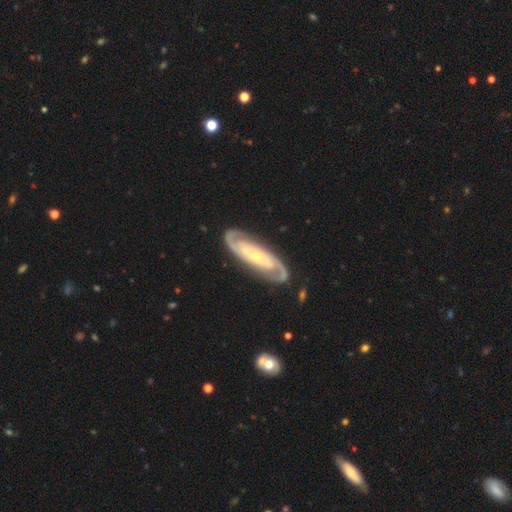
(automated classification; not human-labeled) Smooth or featured?
  - featured or disk: 90% *
  - smooth: 6%
  - star or artifact: 4%
Edge-on disk?
  - no: 93% *
  - yes: 7%
Bar?
  - no: 58% *
  - weak: 24%
  - strong: 18%
Spiral arms?
  - yes: 97% *
  - no: 3%
Spiral winding?
  - tight: 55% *
  - medium: 37%
  - loose: 8%
Spiral arm count?
  - 2: 89% *
  - can't tell: 4%
  - 3: 2%
  - 1: 1%
  - 4: 1%
  - more than 4: 1%
Bulge size?
  - small: 62% *
  - moderate: 33%
  - large: 2%
  - none: 1%
  - dominant: 1%
Merging?
  - none: 84% *
  - minor disturbance: 11%
  - major disturbance: 3%
  - merger: 2%